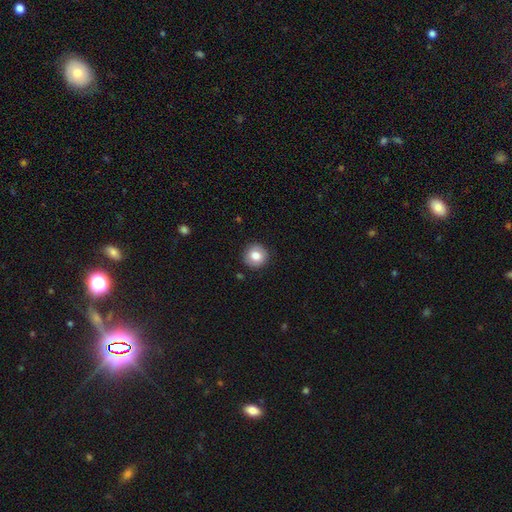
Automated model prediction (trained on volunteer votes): This is clearly a smooth galaxy (81%). How rounded: clearly round (93%). Merging: clearly none (91%).